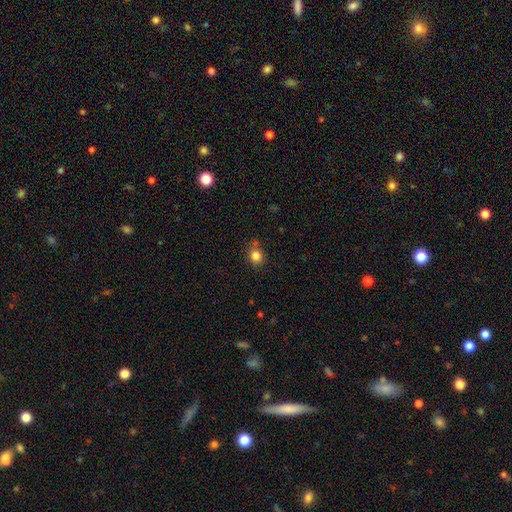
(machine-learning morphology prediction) Smooth or featured? Predicted: smooth (p=0.83). How rounded? Predicted: round (p=0.68). Merging? Predicted: none (p=0.73).